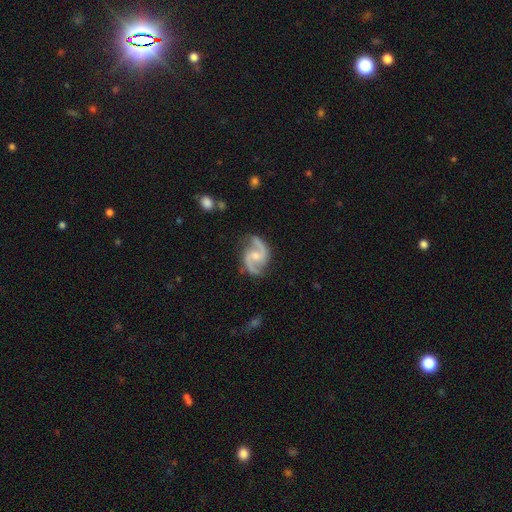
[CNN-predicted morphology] Smooth or featured? Predicted: featured or disk (p=0.92). Edge-on disk? Predicted: no (p=0.98). Bar? Predicted: no (p=0.46). Spiral arms? Predicted: yes (p=0.98). Spiral winding? Predicted: medium (p=0.56). Spiral arm count? Predicted: 2 (p=0.94). Bulge size? Predicted: small (p=0.47). Merging? Predicted: none (p=0.80).